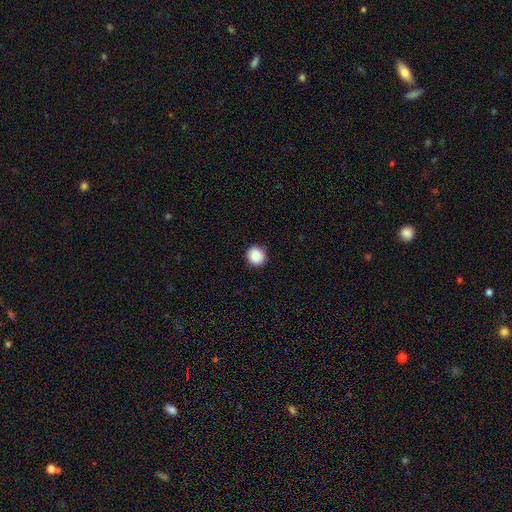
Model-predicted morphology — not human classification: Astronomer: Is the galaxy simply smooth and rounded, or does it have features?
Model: smooth — 89%.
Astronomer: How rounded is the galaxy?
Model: round — 93%.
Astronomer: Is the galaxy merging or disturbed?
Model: none — 92%.